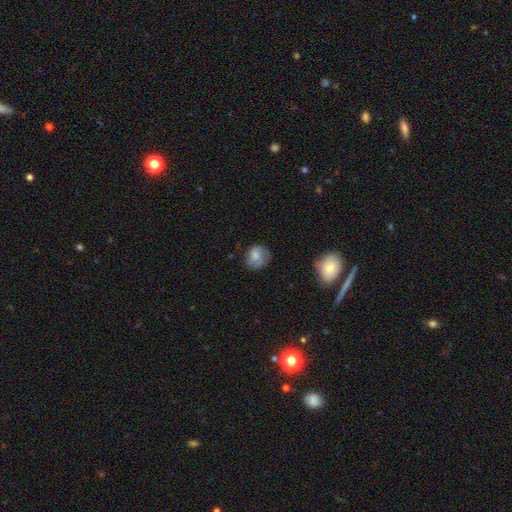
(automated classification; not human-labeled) Q: Smooth or featured?
A: smooth (63%); runner-up: featured or disk (29%)
Q: How rounded?
A: round (72%); runner-up: in between (27%)
Q: Merging?
A: none (65%); runner-up: minor disturbance (24%)